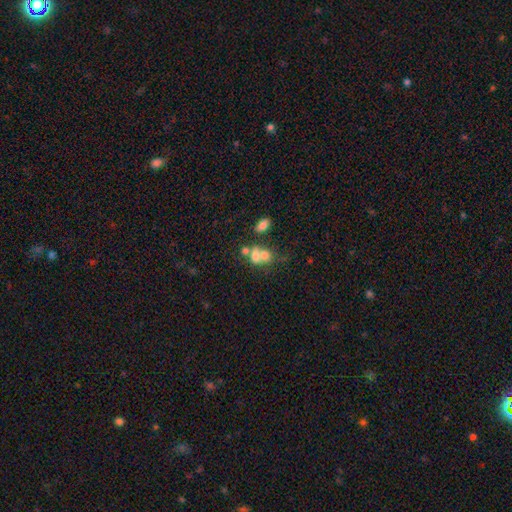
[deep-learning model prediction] The model was most divided on "how rounded": in between: 60%, round: 37%, cigar-shaped: 2%. More confident: smooth or featured — smooth (64%); merging — merger (57%).